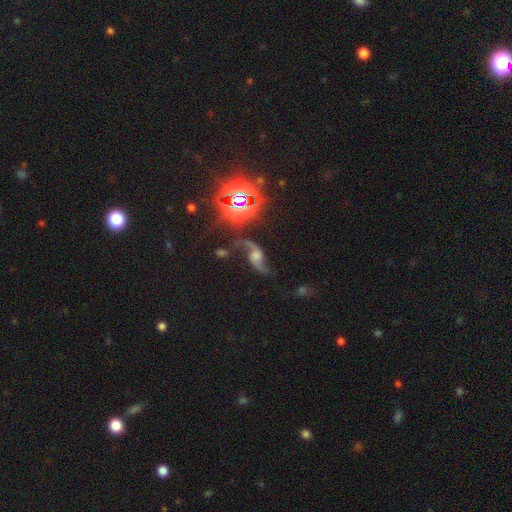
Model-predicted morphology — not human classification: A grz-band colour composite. It shows a featured or disk galaxy (79%) with no bar (58%), 2 (92%) loose (89%) spiral arms (95%) and a moderate central bulge (36%). Merging: none (66%).